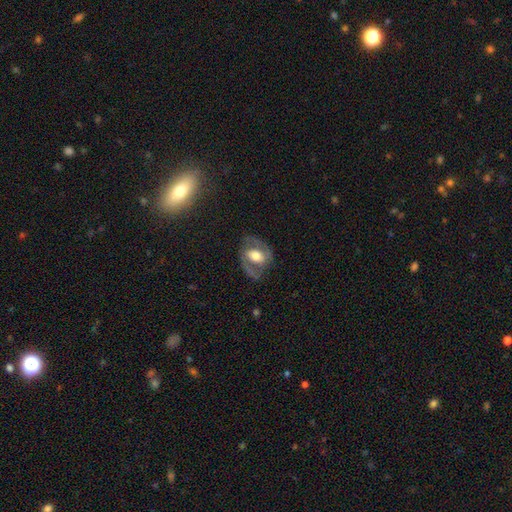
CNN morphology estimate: A featured or disk galaxy (70%) with no bar (41%), 2 (86%) medium (51%) spiral arms (76%) and a moderate central bulge (57%).

Vote fractions:
- Smooth or featured? featured or disk: 70% / smooth: 24% / star or artifact: 6%
- Edge-on disk? no: 95% / yes: 5%
- Bar? no: 41% / weak: 37% / strong: 22%
- Spiral arms? yes: 76% / no: 24%
- Spiral winding? medium: 51% / tight: 27% / loose: 22%
- Spiral arm count? 2: 86% / can't tell: 7% / 1: 4% / 3: 1% / 4: 1% / more than 4: 1%
- Bulge size? moderate: 57% / large: 31% / small: 8% / dominant: 2% / none: 1%
- Merging? none: 71% / minor disturbance: 17% / major disturbance: 10% / merger: 1%